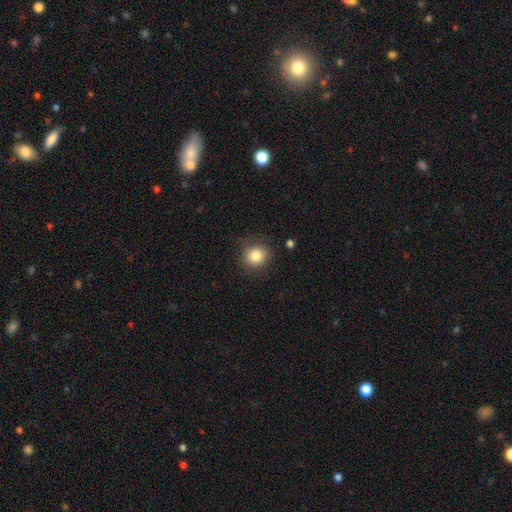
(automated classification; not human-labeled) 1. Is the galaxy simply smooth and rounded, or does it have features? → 83% smooth, 11% star or artifact, 6% featured or disk.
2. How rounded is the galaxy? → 85% round, 14% in between, 1% cigar-shaped.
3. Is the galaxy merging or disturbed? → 84% none, 11% minor disturbance, 3% major disturbance, 2% merger.